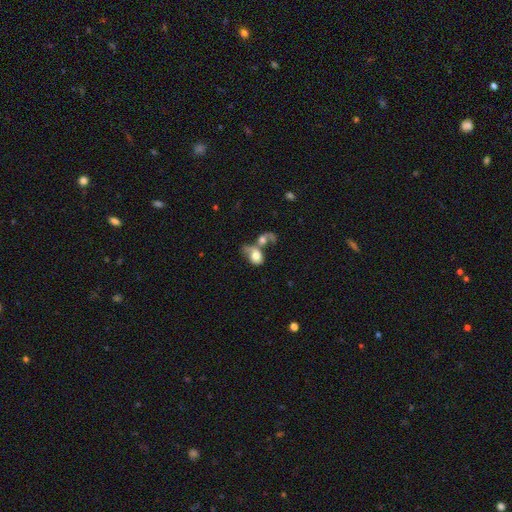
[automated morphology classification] This is possibly a smooth galaxy (56%). How rounded: likely in between (62%). Merging: likely merger (68%).